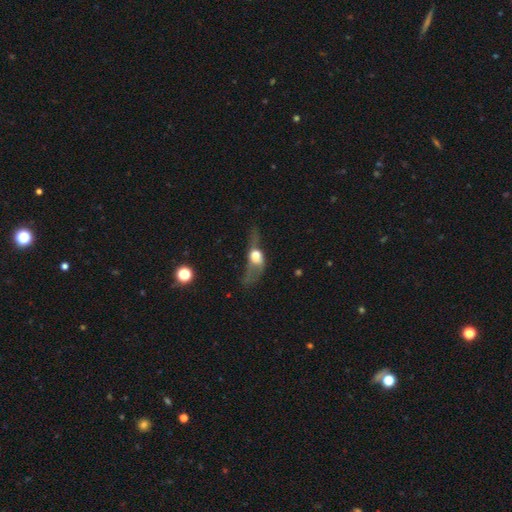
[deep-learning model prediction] The model was most divided on "edge-on disk": yes: 54%, no: 46%. Remaining: smooth or featured — featured or disk (50%); merging — major disturbance (47%).